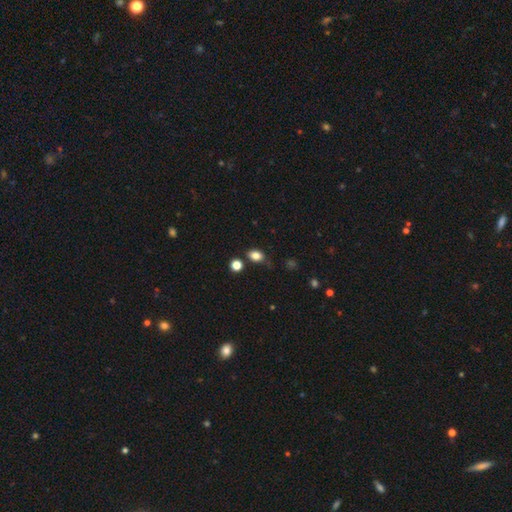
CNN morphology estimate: type=smooth (83%); roundness=in between (67%); merging=none (71%).